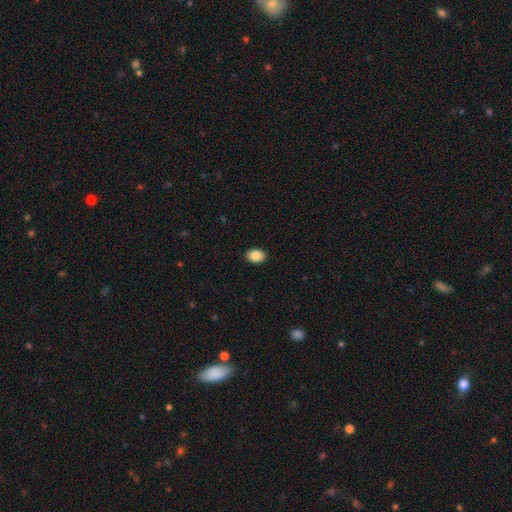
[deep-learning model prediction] This appears to be a smooth galaxy with no disk features (88%) that is in between round and cigar-shaped (79%). Merging: none (90%).